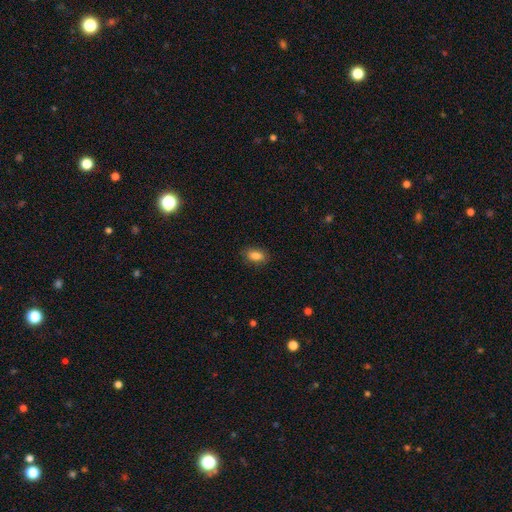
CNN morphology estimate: This is clearly a smooth galaxy (86%). How rounded: clearly in between (89%). Merging: clearly none (84%).